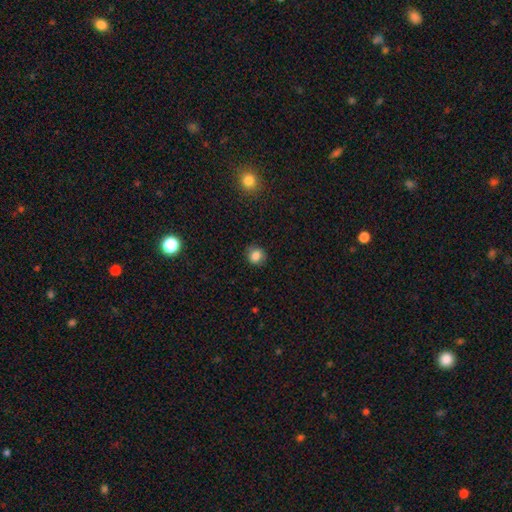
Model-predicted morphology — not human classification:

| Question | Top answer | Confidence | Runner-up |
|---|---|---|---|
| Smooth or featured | smooth | 83% | star or artifact (11%) |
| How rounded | round | 78% | in between (21%) |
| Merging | none | 82% | minor disturbance (13%) |